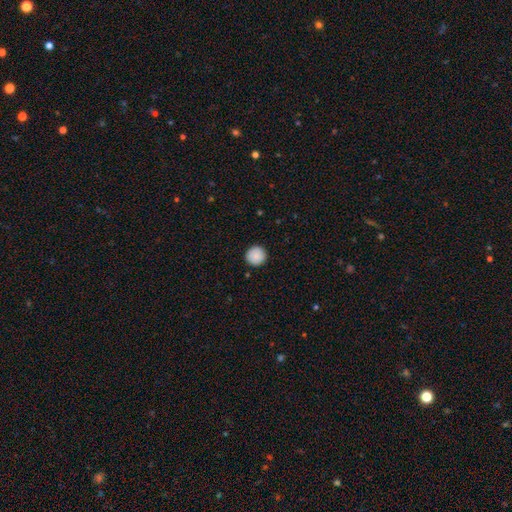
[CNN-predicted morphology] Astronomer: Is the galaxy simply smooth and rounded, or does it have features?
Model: smooth — 89%.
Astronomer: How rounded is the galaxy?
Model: round — 95%.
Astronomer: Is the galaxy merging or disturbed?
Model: none — 91%.